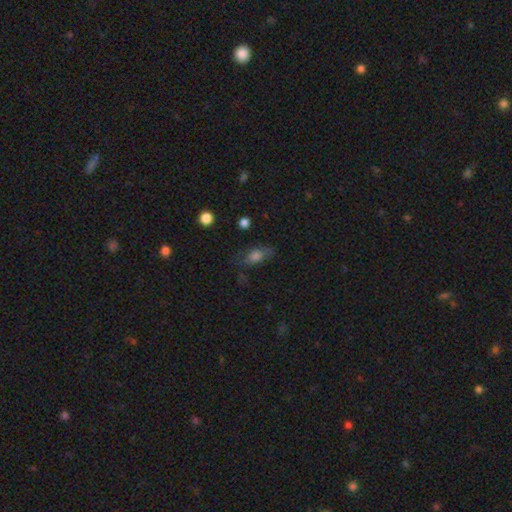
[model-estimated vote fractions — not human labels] This is likely a smooth galaxy (65%). How rounded: likely in between (76%). Merging: likely none (64%).